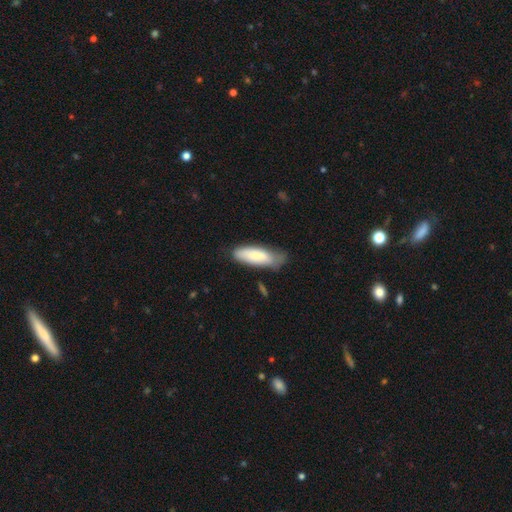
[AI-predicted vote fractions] Morphology: type=smooth (78%); roundness=in between (61%); merging=none (52%).